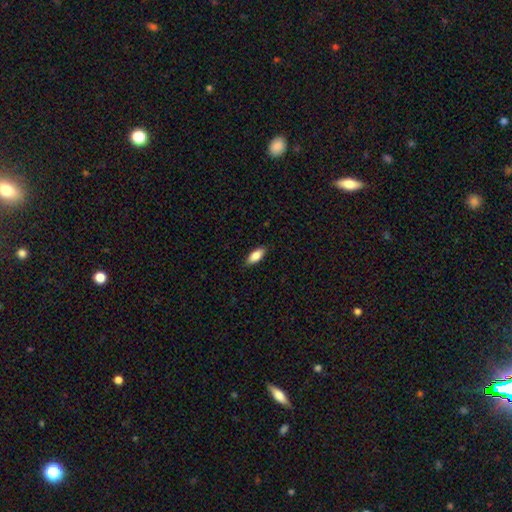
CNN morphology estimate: Smooth or featured: smooth — 86% (featured or disk — 8%)
How rounded: in between — 84% (cigar-shaped — 14%)
Merging: none — 87% (minor disturbance — 10%)